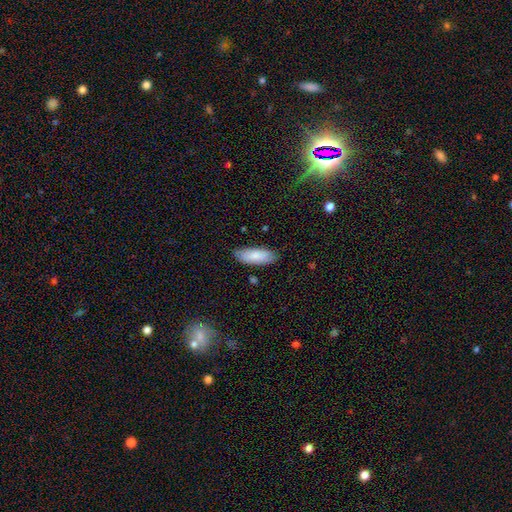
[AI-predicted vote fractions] smooth_or_featured: smooth (p=0.83) [alt: featured or disk p=0.11]
how_rounded: in between (p=0.72) [alt: cigar-shaped p=0.27]
merging: none (p=0.82) [alt: minor disturbance p=0.14]